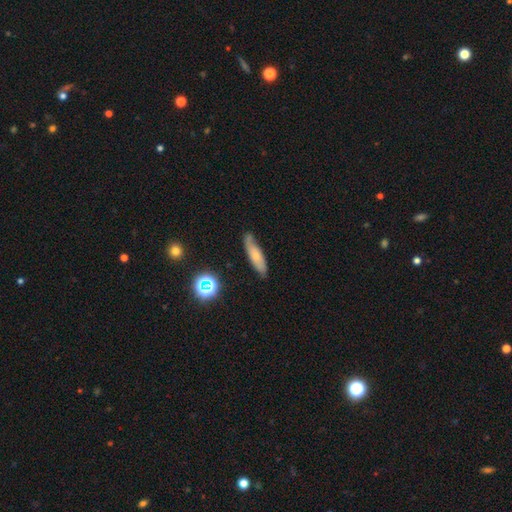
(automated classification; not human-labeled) This is possibly a smooth galaxy (57%). How rounded: likely cigar-shaped (63%). Merging: likely none (70%).